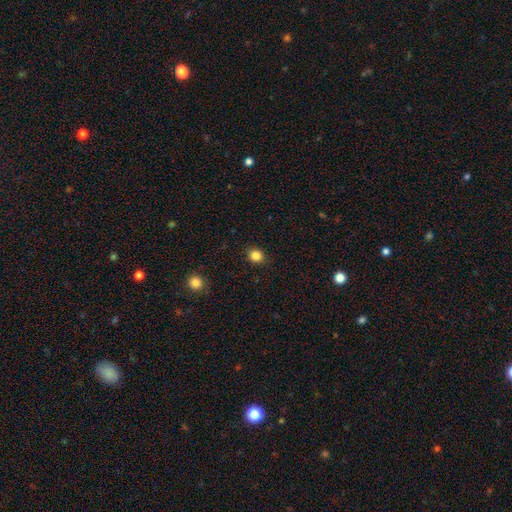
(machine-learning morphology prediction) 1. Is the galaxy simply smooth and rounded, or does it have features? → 84% smooth, 12% star or artifact, 5% featured or disk.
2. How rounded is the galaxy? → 79% round, 20% in between, 1% cigar-shaped.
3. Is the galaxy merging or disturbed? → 90% none, 7% minor disturbance, 2% major disturbance, 1% merger.